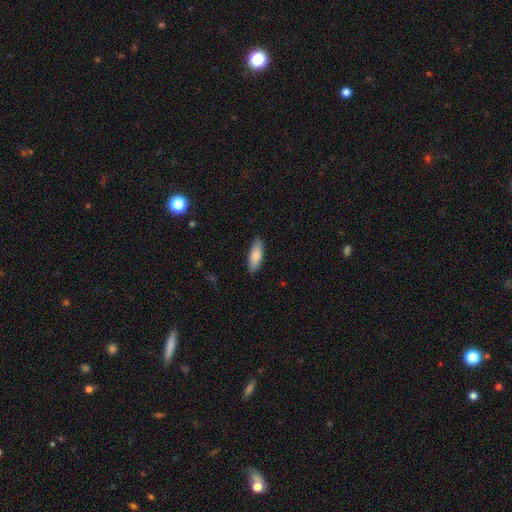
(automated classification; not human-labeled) Smooth or featured: smooth — 80% (featured or disk — 14%)
How rounded: in between — 63% (cigar-shaped — 35%)
Merging: none — 87% (minor disturbance — 10%)